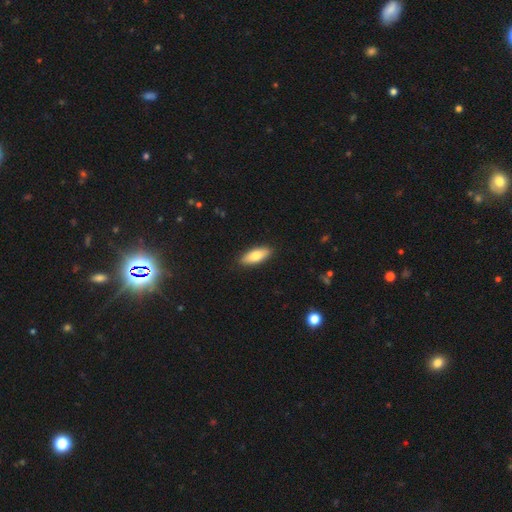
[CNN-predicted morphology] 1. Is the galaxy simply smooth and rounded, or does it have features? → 76% smooth, 18% featured or disk, 6% star or artifact.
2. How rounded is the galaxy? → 75% in between, 23% cigar-shaped, 2% round.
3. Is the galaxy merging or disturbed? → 89% none, 8% minor disturbance, 2% major disturbance, 1% merger.